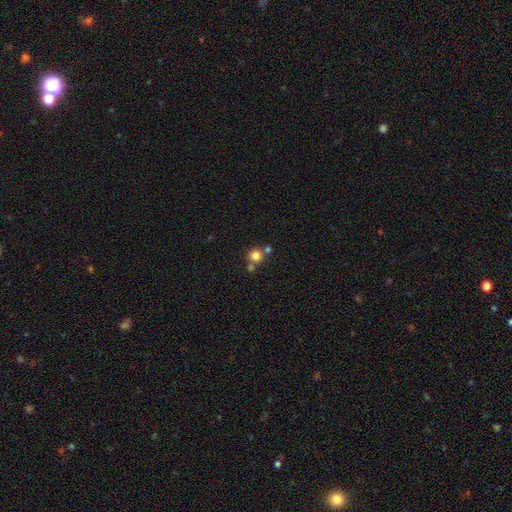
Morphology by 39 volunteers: smooth-or-featured: smooth: 74% | featured or disk: 15% | star or artifact: 10%
  how-rounded: round: 97% | in between: 3% | cigar-shaped: 0%
  merging: none: 60% | merger: 31% | minor disturbance: 6% | major disturbance: 3%